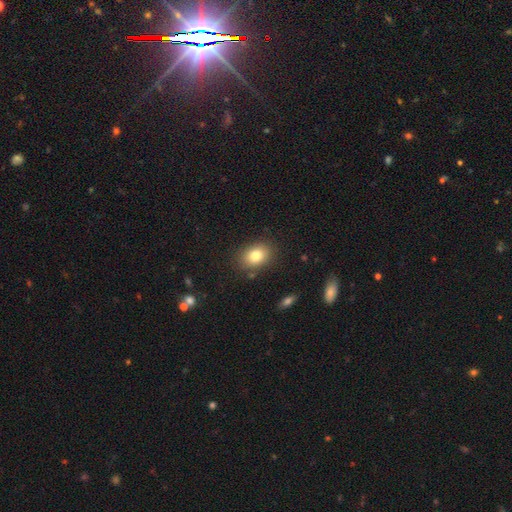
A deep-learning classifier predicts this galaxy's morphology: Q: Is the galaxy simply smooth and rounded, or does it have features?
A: smooth — 80%.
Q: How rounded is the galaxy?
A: in between — 70%.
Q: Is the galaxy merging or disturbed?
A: none — 84%.